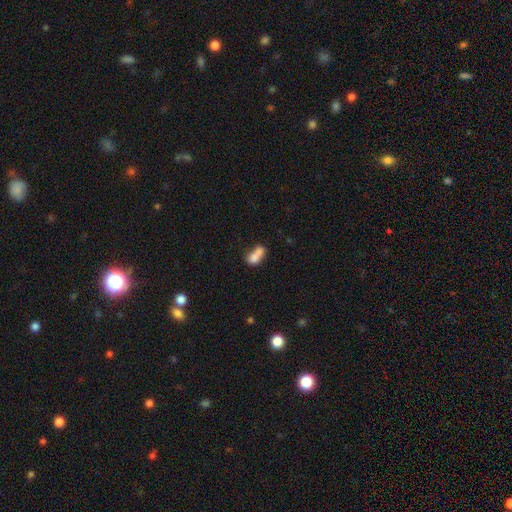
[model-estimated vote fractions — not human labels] This is likely a smooth galaxy (72%). How rounded: likely in between (73%). Merging: likely merger (62%).